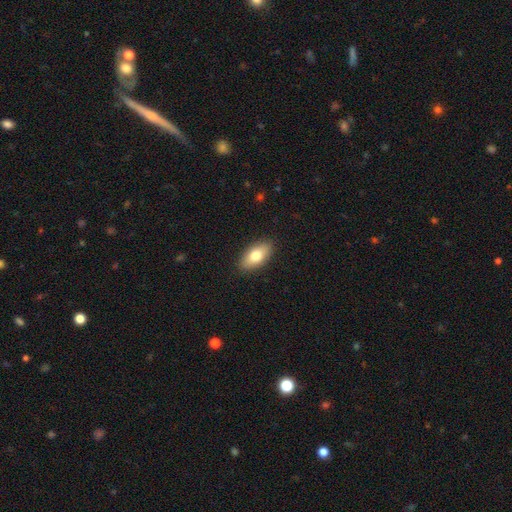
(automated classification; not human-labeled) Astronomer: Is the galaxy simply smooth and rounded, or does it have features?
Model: smooth — 77%.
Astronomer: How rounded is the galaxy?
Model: in between — 91%.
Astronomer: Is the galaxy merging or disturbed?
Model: none — 89%.